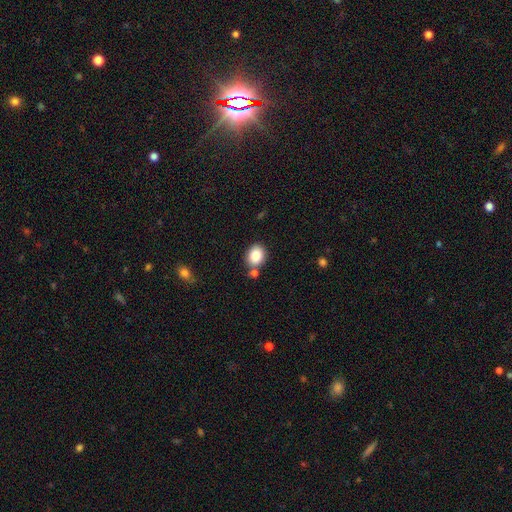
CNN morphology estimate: Smooth or featured?
  - smooth: 87% *
  - star or artifact: 8%
  - featured or disk: 4%
How rounded?
  - in between: 54% *
  - round: 45%
  - cigar-shaped: 1%
Merging?
  - none: 69% *
  - merger: 15%
  - minor disturbance: 13%
  - major disturbance: 4%